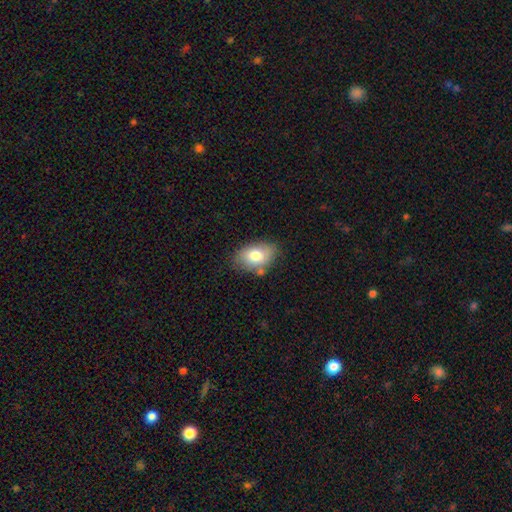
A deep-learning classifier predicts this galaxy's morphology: A smooth galaxy with no disk features (77%) that is in between round and cigar-shaped (87%).

Vote fractions:
- Smooth or featured? smooth: 77% / featured or disk: 16% / star or artifact: 8%
- How rounded? in between: 87% / round: 11% / cigar-shaped: 1%
- Merging? none: 70% / minor disturbance: 20% / merger: 6% / major disturbance: 4%